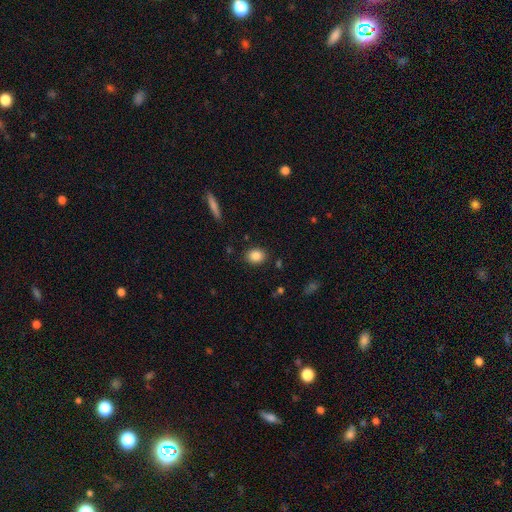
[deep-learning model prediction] Smooth or featured: smooth — 86% (star or artifact — 9%)
How rounded: in between — 55% (round — 44%)
Merging: none — 87% (minor disturbance — 9%)